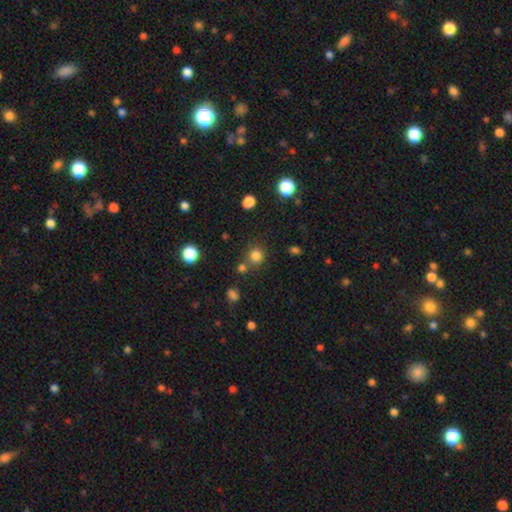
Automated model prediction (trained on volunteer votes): This is likely a smooth galaxy (79%). How rounded: clearly round (89%). Merging: likely none (72%).